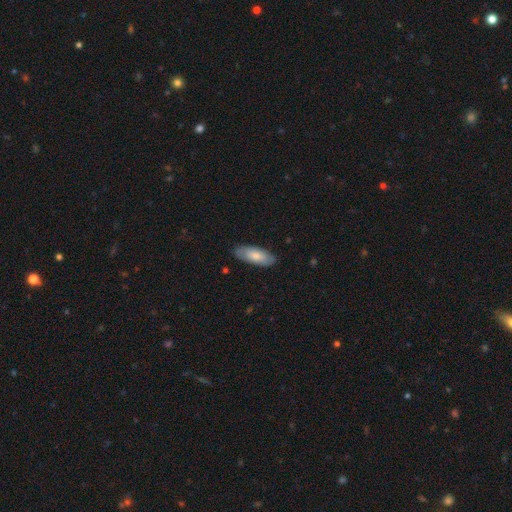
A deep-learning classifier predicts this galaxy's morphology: Smooth or featured: smooth — 73% (featured or disk — 22%)
How rounded: in between — 80% (cigar-shaped — 18%)
Merging: none — 84% (minor disturbance — 13%)